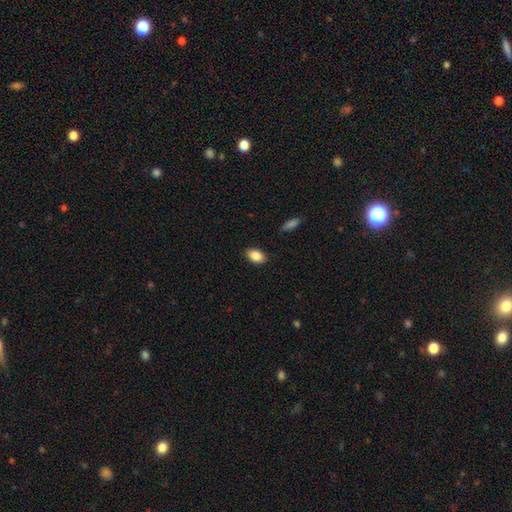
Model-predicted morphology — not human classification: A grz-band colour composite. It shows a smooth galaxy with no disk features (88%) that is in between round and cigar-shaped (88%). Merging: none (86%).